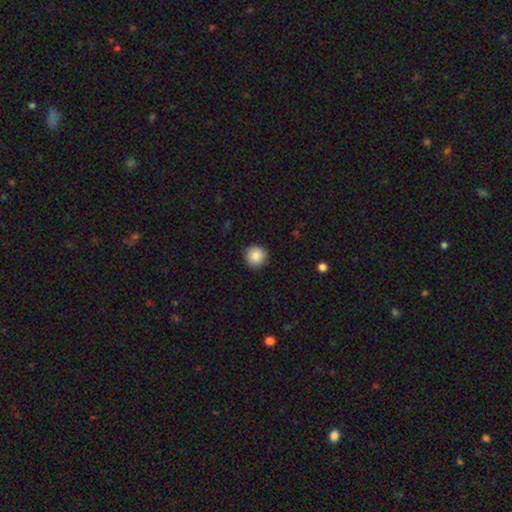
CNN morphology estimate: A smooth galaxy with no disk features (89%) that is round (95%). Merging: none (92%).